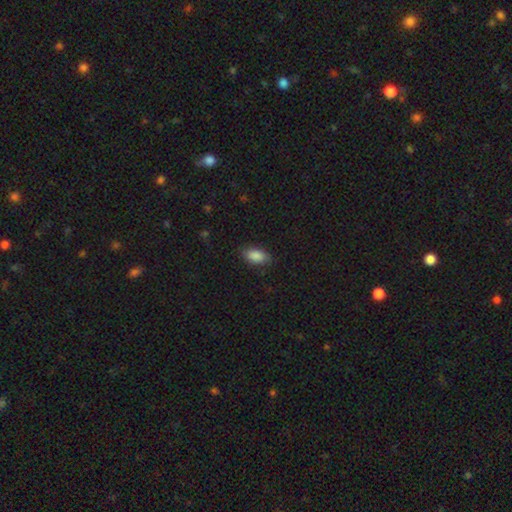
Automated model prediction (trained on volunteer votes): Smooth or featured: smooth — 87% (star or artifact — 7%)
How rounded: in between — 92% (cigar-shaped — 4%)
Merging: none — 83% (minor disturbance — 13%)